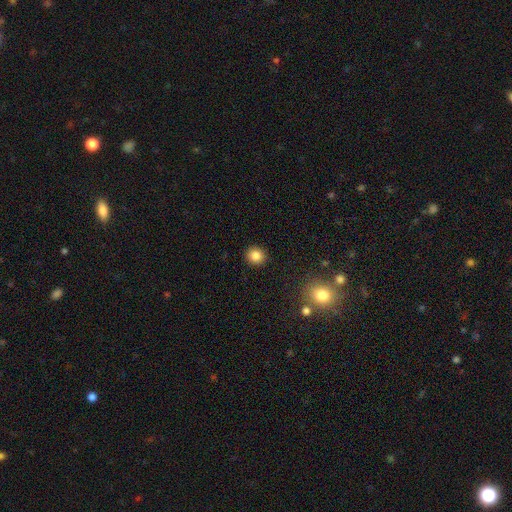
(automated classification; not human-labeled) This is clearly a smooth galaxy (84%). How rounded: clearly round (88%). Merging: clearly none (92%).